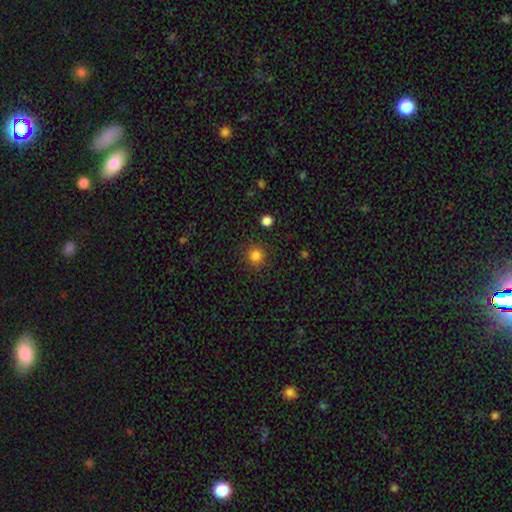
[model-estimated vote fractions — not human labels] Overall: smooth (83%). How rounded: round (94%). Merging: none (89%).